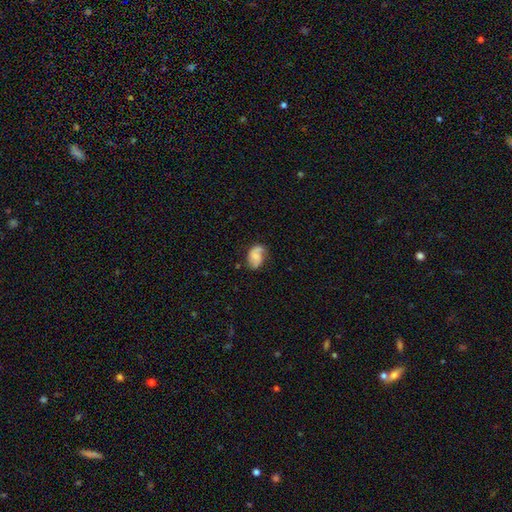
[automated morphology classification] A featured or disk galaxy (52%) with no bar (54%), spiral arms (88%) and no central bulge (42%). Merging: none (62%).